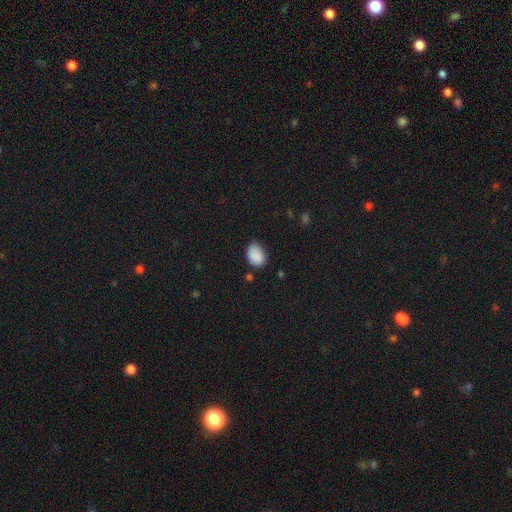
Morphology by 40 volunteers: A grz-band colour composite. It shows a smooth galaxy with no disk features (80%) that is in between round and cigar-shaped (91%). Merging: none (65%).